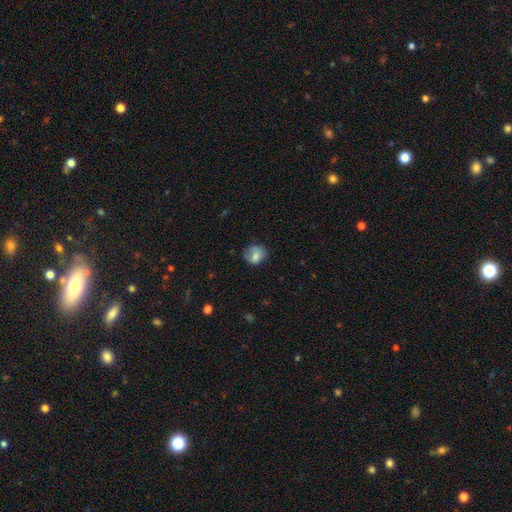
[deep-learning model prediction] Smooth or featured? Predicted: smooth (p=0.76). How rounded? Predicted: round (p=0.64). Merging? Predicted: none (p=0.63).